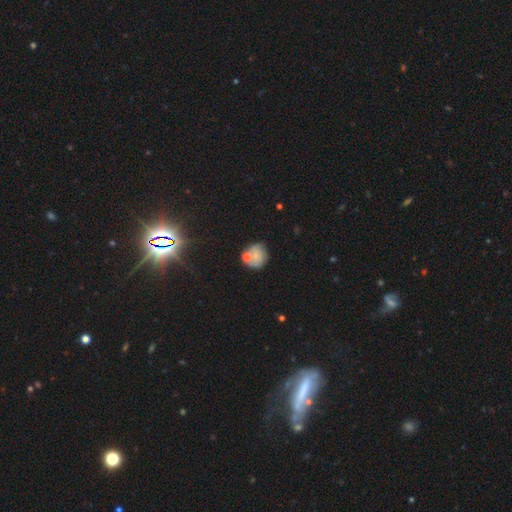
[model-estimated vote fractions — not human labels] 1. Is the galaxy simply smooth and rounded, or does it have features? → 63% smooth, 25% featured or disk, 12% star or artifact.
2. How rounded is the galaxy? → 84% round, 15% in between, 1% cigar-shaped.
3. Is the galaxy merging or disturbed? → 55% none, 20% minor disturbance, 18% merger, 7% major disturbance.